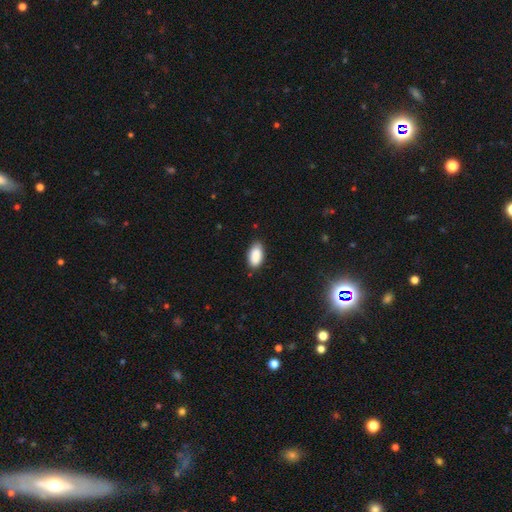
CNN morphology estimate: A smooth galaxy with no disk features (89%) that is in between round and cigar-shaped (94%).

Vote fractions:
- Smooth or featured? smooth: 89% / star or artifact: 7% / featured or disk: 4%
- How rounded? in between: 94% / round: 3% / cigar-shaped: 3%
- Merging? none: 79% / minor disturbance: 17% / major disturbance: 3% / merger: 1%